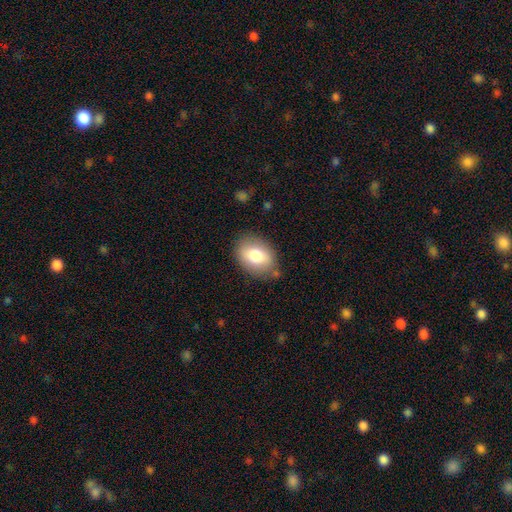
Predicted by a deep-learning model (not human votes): smooth-or-featured: smooth: 78% | featured or disk: 14% | star or artifact: 8%
  how-rounded: in between: 75% | round: 23% | cigar-shaped: 1%
  merging: none: 79% | minor disturbance: 15% | major disturbance: 4% | merger: 2%